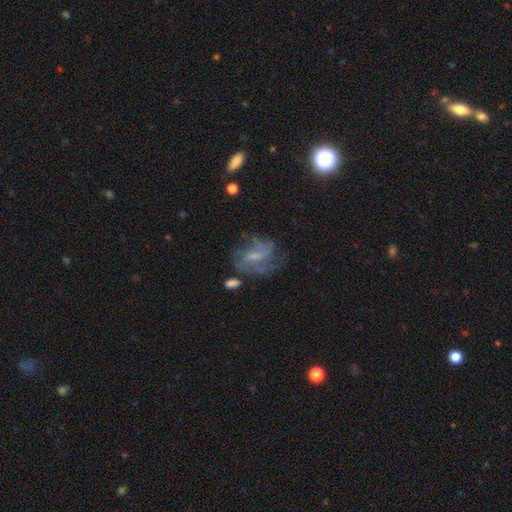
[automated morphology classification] A featured or disk galaxy (72%) with a weak bar (50%), medium (46%) spiral arms (84%) and a small central bulge (46%).

Vote fractions:
- Smooth or featured? featured or disk: 72% / smooth: 18% / star or artifact: 10%
- Edge-on disk? no: 96% / yes: 4%
- Bar? weak: 50% / no: 35% / strong: 15%
- Spiral arms? yes: 84% / no: 16%
- Spiral winding? medium: 46% / tight: 27% / loose: 27%
- Spiral arm count? can't tell: 31% / 2: 28% / 3: 22% / 1: 7% / 4: 7% / more than 4: 4%
- Bulge size? small: 46% / moderate: 25% / none: 25% / large: 3% / dominant: 1%
- Merging? none: 51% / major disturbance: 23% / minor disturbance: 21% / merger: 5%